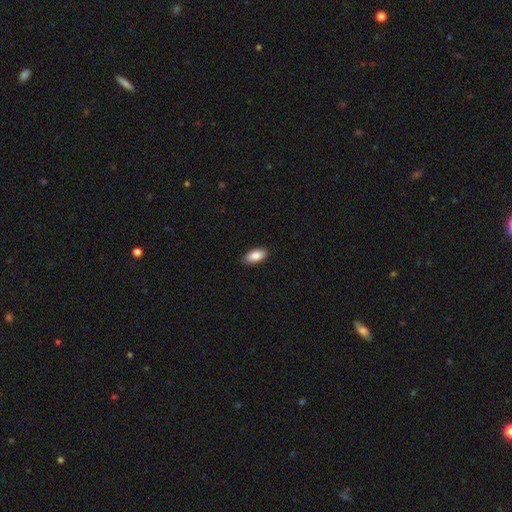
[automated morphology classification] smooth_or_featured: smooth (p=0.87) [alt: star or artifact p=0.06]
how_rounded: in between (p=0.91) [alt: cigar-shaped p=0.07]
merging: none (p=0.88) [alt: minor disturbance p=0.09]